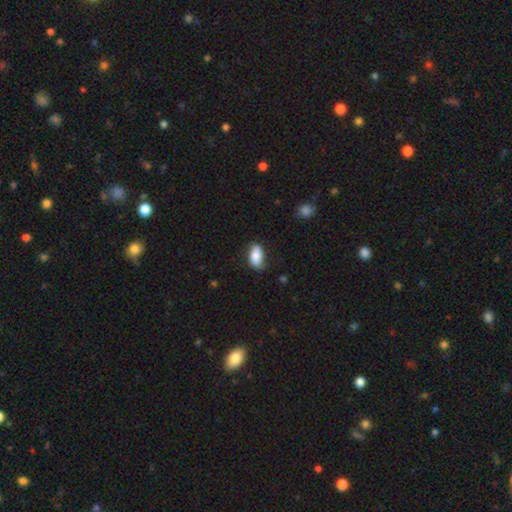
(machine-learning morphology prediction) Q: Smooth or featured?
A: smooth (80%); runner-up: featured or disk (13%)
Q: How rounded?
A: in between (92%); runner-up: round (5%)
Q: Merging?
A: none (73%); runner-up: minor disturbance (21%)